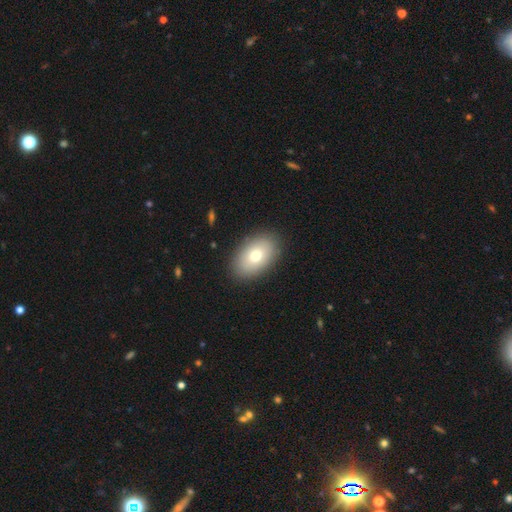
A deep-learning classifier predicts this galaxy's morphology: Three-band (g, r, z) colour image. It shows a smooth galaxy with no disk features (74%) that is in between round and cigar-shaped (89%). Merging: none (88%).